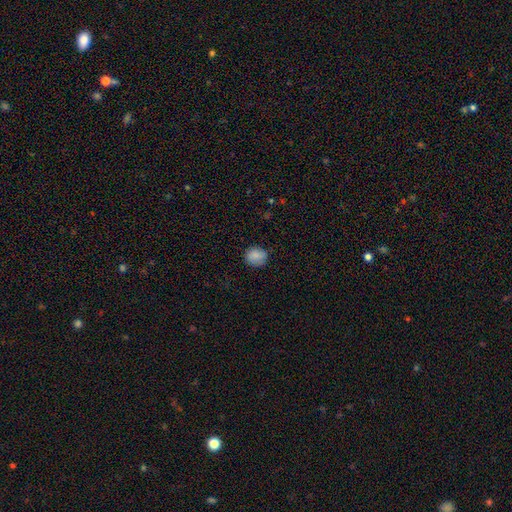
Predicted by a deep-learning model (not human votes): Smooth or featured?
  - smooth: 84% *
  - star or artifact: 8%
  - featured or disk: 8%
How rounded?
  - round: 77% *
  - in between: 22%
  - cigar-shaped: 1%
Merging?
  - none: 78% *
  - minor disturbance: 17%
  - major disturbance: 3%
  - merger: 1%